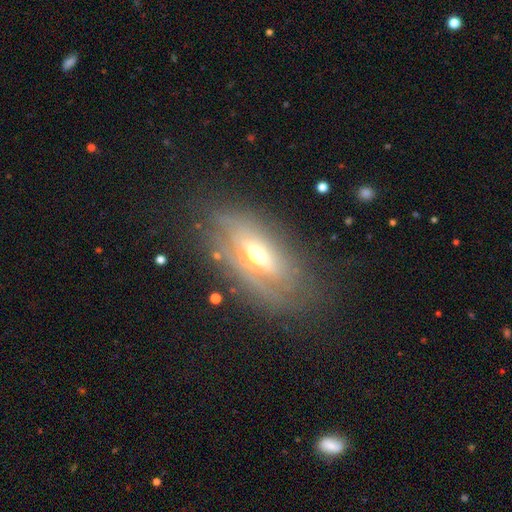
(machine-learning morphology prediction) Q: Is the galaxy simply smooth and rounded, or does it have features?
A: featured or disk — 67%.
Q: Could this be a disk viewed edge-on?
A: no — 63%.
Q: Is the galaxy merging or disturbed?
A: none — 68%.